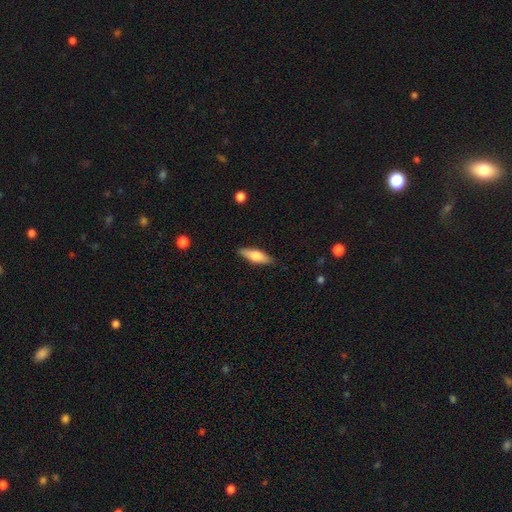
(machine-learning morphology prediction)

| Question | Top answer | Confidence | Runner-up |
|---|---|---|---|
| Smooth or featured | smooth | 65% | featured or disk (29%) |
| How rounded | in between | 51% | cigar-shaped (47%) |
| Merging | none | 86% | minor disturbance (10%) |